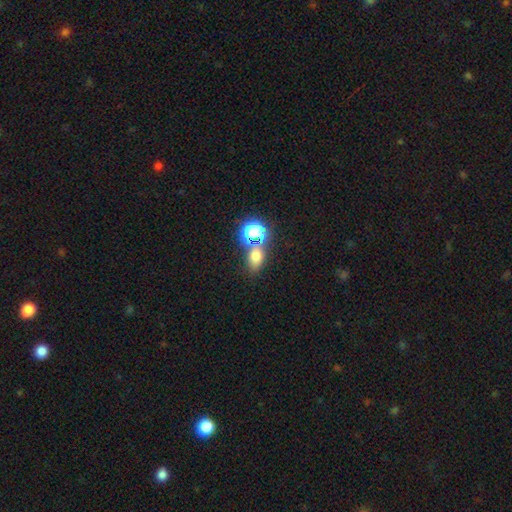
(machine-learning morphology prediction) smooth 65%, star or artifact 26%, featured or disk 9%. Down the decision tree: how rounded — in between (63%); merging — none (63%).